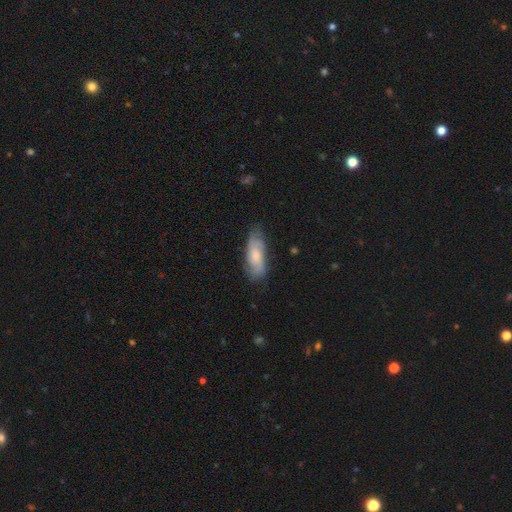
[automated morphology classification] Overall: featured or disk (53%; smooth 41%). Edge-on disk: no (87%). Merging: none (71%).